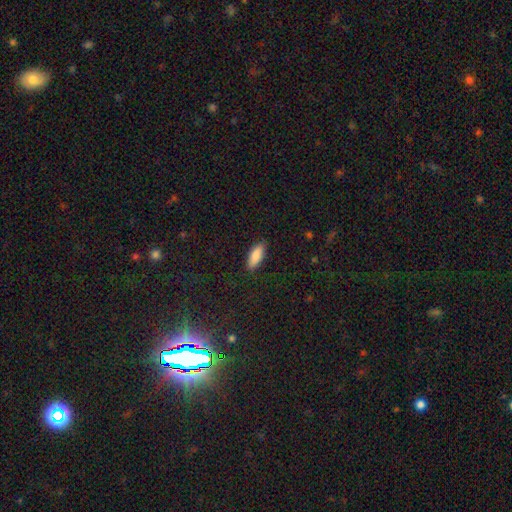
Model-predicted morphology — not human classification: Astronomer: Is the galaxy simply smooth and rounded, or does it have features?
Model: smooth — 86%.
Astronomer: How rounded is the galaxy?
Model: in between — 71%.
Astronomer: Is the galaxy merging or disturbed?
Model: none — 87%.